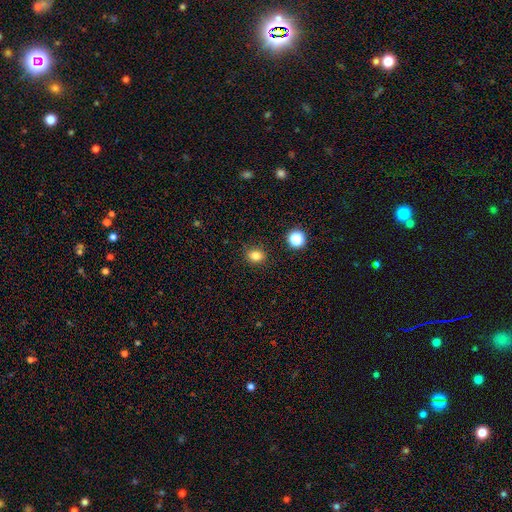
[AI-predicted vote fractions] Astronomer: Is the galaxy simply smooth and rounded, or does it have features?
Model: smooth — 81%.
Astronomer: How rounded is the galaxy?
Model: round — 57% (runner-up: in between, 42%).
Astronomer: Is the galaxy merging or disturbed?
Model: none — 86%.